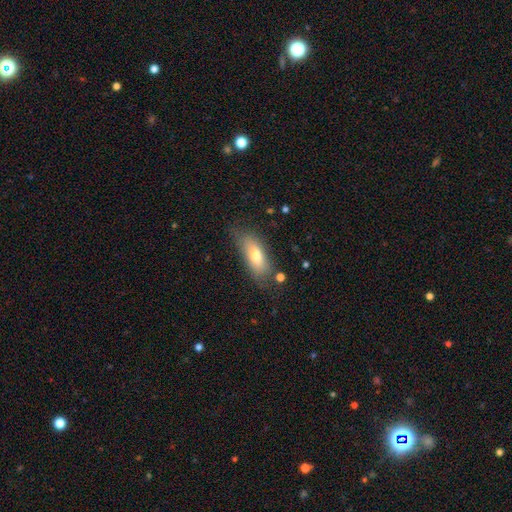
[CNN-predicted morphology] Q: Smooth or featured?
A: smooth (70%); runner-up: featured or disk (22%)
Q: How rounded?
A: in between (75%); runner-up: cigar-shaped (22%)
Q: Merging?
A: none (70%); runner-up: minor disturbance (21%)